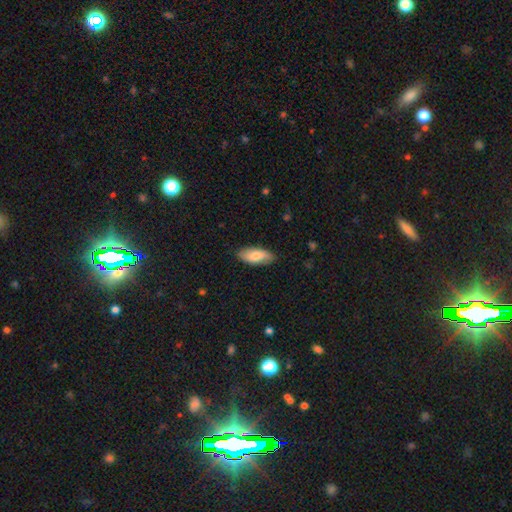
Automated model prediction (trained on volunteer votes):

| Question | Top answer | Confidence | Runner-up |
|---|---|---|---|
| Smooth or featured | smooth | 75% | featured or disk (20%) |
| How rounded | in between | 86% | cigar-shaped (12%) |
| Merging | none | 85% | minor disturbance (12%) |